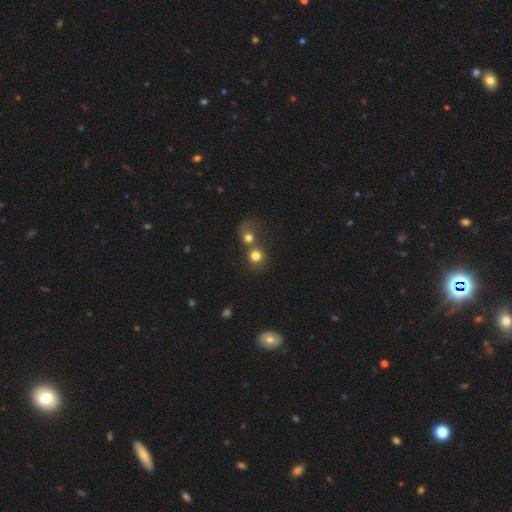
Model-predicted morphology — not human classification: Smooth or featured: smooth — 78% (star or artifact — 13%)
How rounded: round — 86% (in between — 13%)
Merging: merger — 46% (none — 43%)